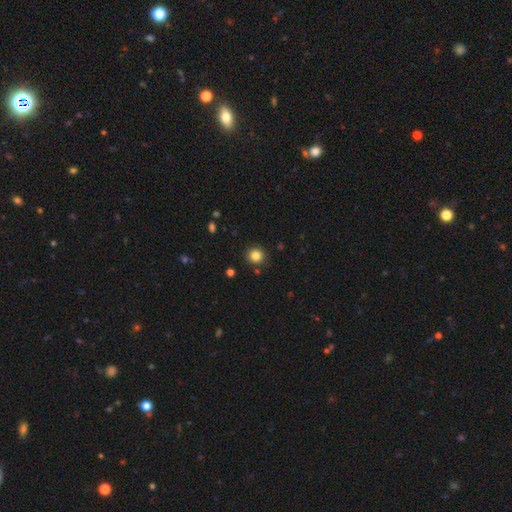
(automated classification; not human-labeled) Smooth or featured? Predicted: smooth (p=0.83). How rounded? Predicted: round (p=0.93). Merging? Predicted: none (p=0.89).